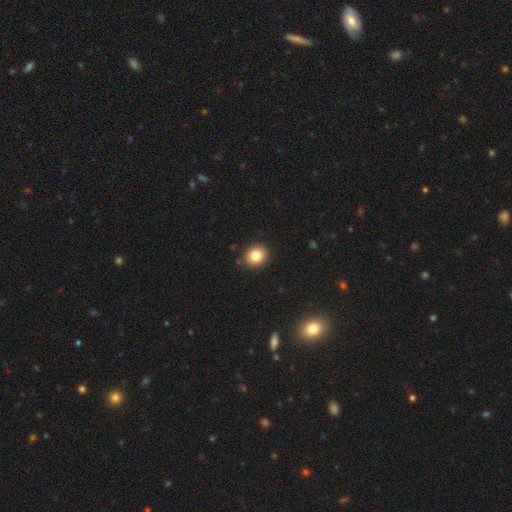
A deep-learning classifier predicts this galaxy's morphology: smooth_or_featured: smooth (p=0.83) [alt: star or artifact p=0.10]
how_rounded: round (p=0.63) [alt: in between p=0.36]
merging: none (p=0.89) [alt: minor disturbance p=0.08]